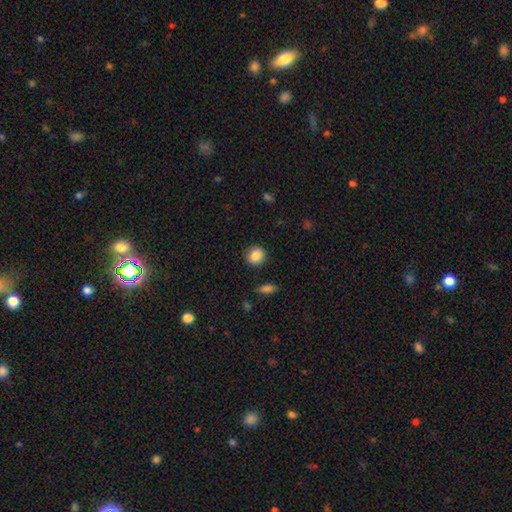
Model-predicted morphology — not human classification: type=smooth (87%); roundness=round (78%); merging=none (87%).